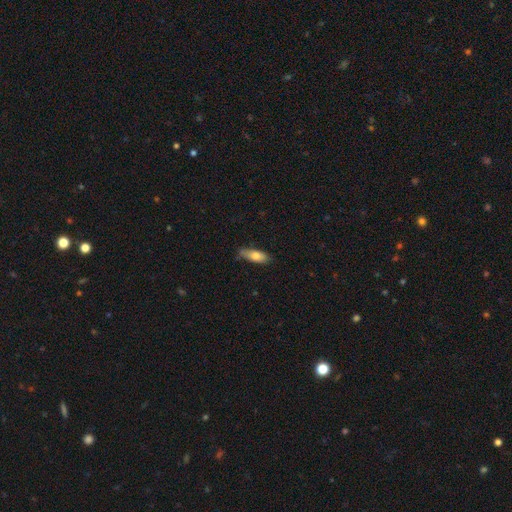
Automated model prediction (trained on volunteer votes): Smooth or featured: smooth — 76% (featured or disk — 17%)
How rounded: in between — 61% (cigar-shaped — 37%)
Merging: none — 73% (minor disturbance — 22%)